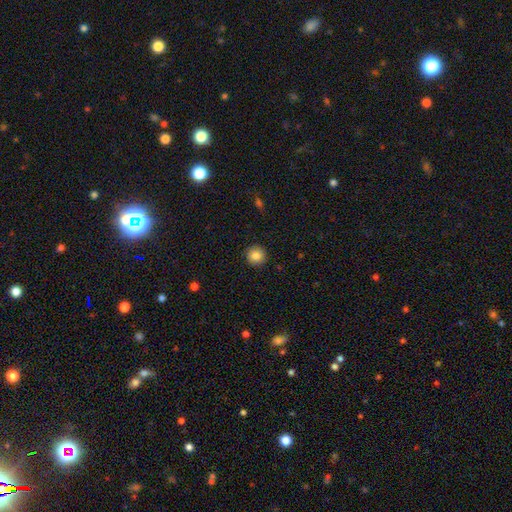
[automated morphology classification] This appears to be a smooth galaxy with no disk features (85%) that is round (93%). Merging: none (91%).